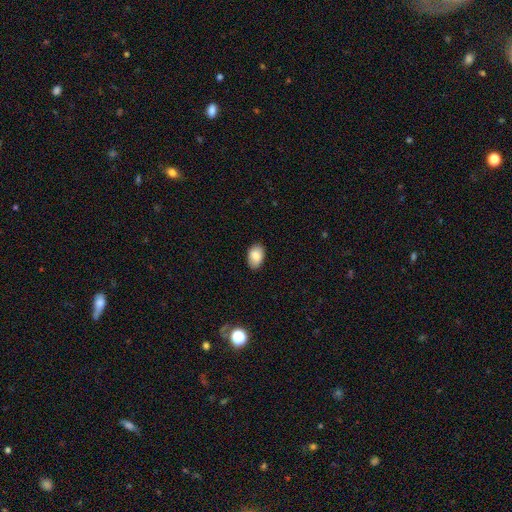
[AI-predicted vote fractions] Smooth or featured? Predicted: smooth (p=0.86). How rounded? Predicted: in between (p=0.90). Merging? Predicted: none (p=0.85).